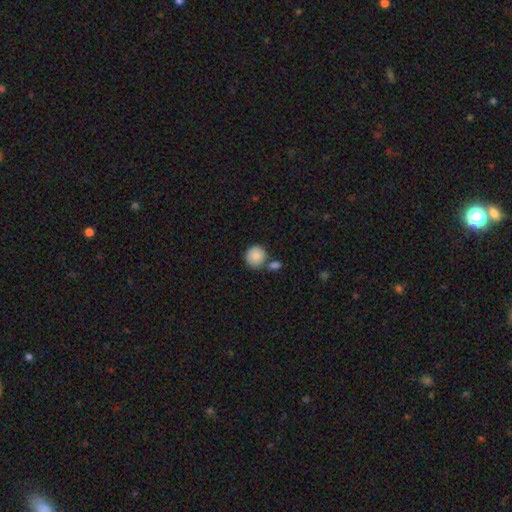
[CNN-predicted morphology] A smooth galaxy with no disk features (87%) that is round (90%). Merging: none (63%).